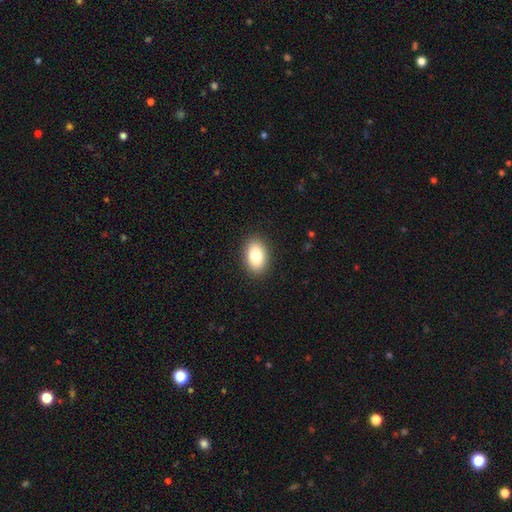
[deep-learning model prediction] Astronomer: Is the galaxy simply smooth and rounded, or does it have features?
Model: smooth — 83%.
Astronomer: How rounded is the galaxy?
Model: in between — 85%.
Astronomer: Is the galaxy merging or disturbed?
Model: none — 90%.